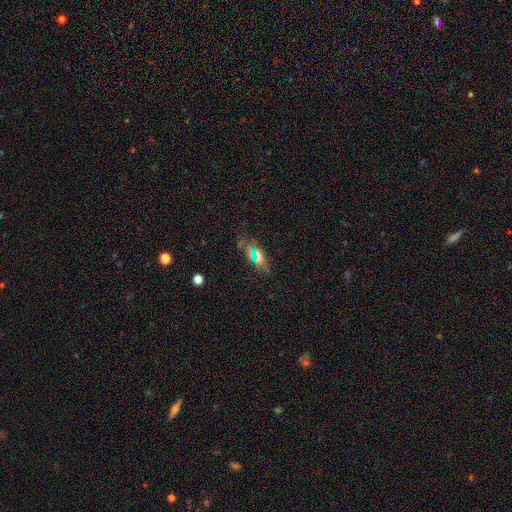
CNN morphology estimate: Smooth or featured: smooth — 53% (star or artifact — 28%)
How rounded: in between — 74% (cigar-shaped — 18%)
Merging: none — 78% (minor disturbance — 14%)